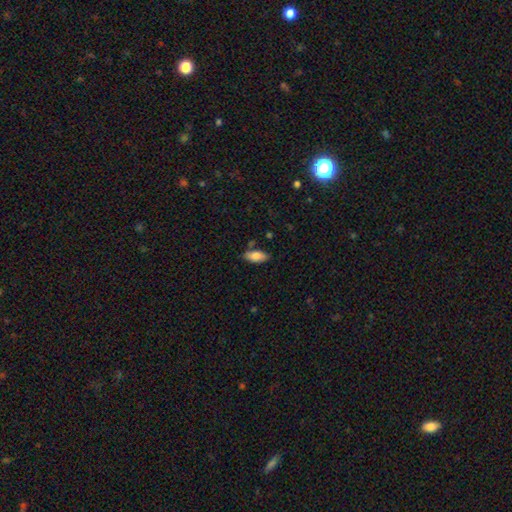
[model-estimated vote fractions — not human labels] Smooth or featured?
  - smooth: 81% *
  - featured or disk: 13%
  - star or artifact: 7%
How rounded?
  - in between: 88% *
  - cigar-shaped: 10%
  - round: 2%
Merging?
  - none: 78% *
  - minor disturbance: 15%
  - merger: 4%
  - major disturbance: 3%